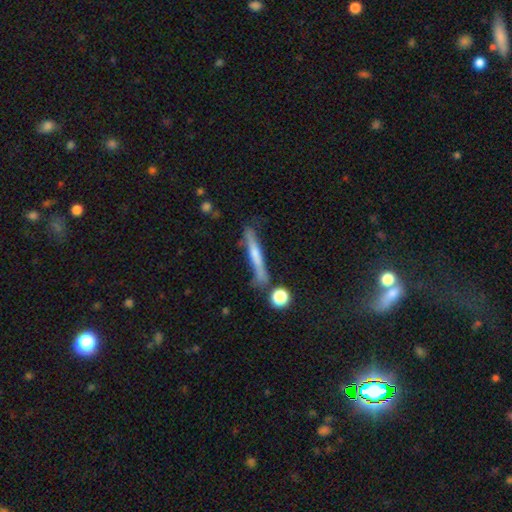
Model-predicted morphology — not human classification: Smooth or featured: smooth — 52% (featured or disk — 40%)
How rounded: cigar-shaped — 93% (in between — 5%)
Merging: none — 66% (minor disturbance — 18%)